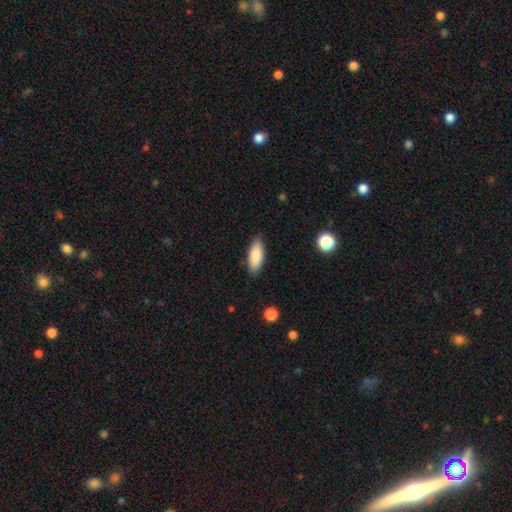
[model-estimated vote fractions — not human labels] Smooth or featured? smooth (86%)
How rounded? in between (73%)
Merging? none (85%)